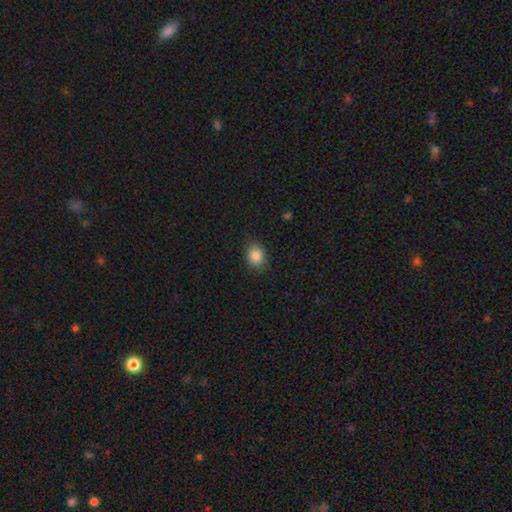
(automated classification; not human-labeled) smooth_or_featured: smooth (p=0.87) [alt: star or artifact p=0.09]
how_rounded: in between (p=0.61) [alt: round p=0.38]
merging: none (p=0.85) [alt: minor disturbance p=0.11]